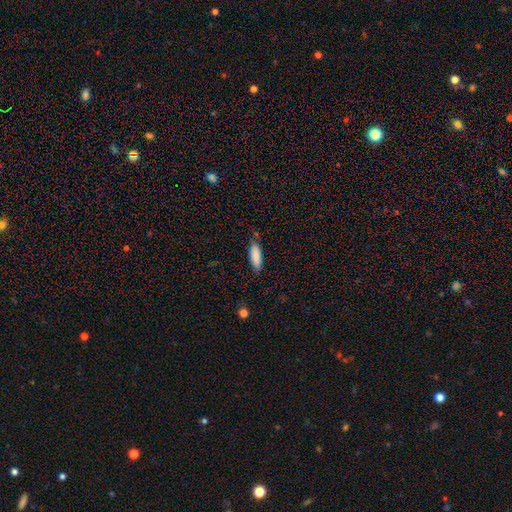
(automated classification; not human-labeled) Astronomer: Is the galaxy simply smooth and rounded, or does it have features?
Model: smooth — 86%.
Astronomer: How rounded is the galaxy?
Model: in between — 52% (runner-up: cigar-shaped, 47%).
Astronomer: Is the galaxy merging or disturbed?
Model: none — 75%.